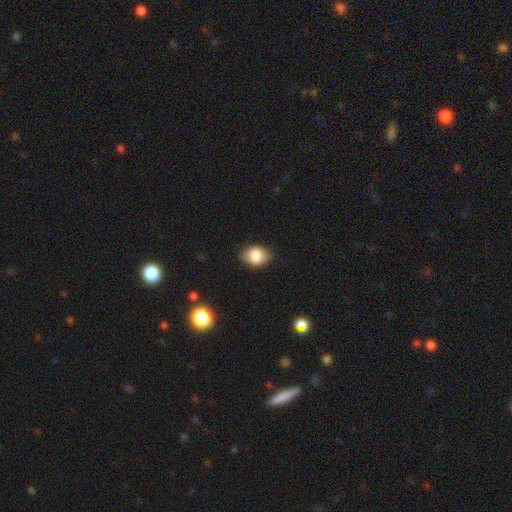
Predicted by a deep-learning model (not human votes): A smooth galaxy with no disk features (83%) that is in between round and cigar-shaped (68%).

Vote fractions:
- Smooth or featured? smooth: 83% / featured or disk: 9% / star or artifact: 9%
- How rounded? in between: 68% / round: 31% / cigar-shaped: 1%
- Merging? none: 83% / minor disturbance: 14% / major disturbance: 3% / merger: 1%